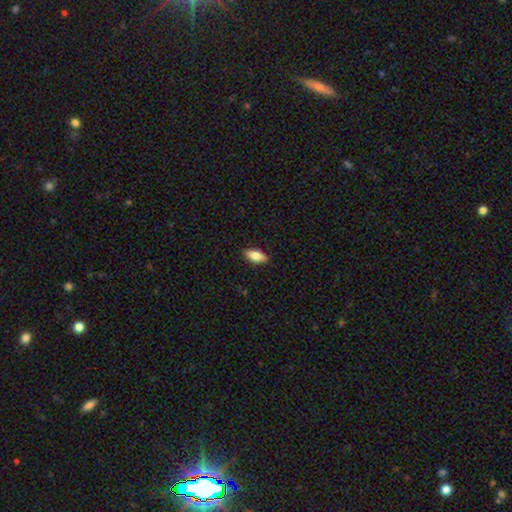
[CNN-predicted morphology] smooth-or-featured: smooth: 79% | featured or disk: 14% | star or artifact: 7%
  how-rounded: in between: 85% | cigar-shaped: 13% | round: 3%
  merging: none: 88% | minor disturbance: 9% | major disturbance: 2% | merger: 1%